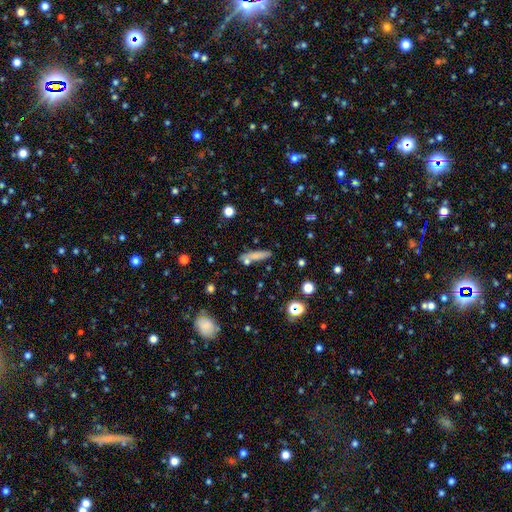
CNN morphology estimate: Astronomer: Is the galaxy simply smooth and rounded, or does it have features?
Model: smooth — 73%.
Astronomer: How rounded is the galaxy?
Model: cigar-shaped — 80%.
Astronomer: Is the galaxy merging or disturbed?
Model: none — 69%.